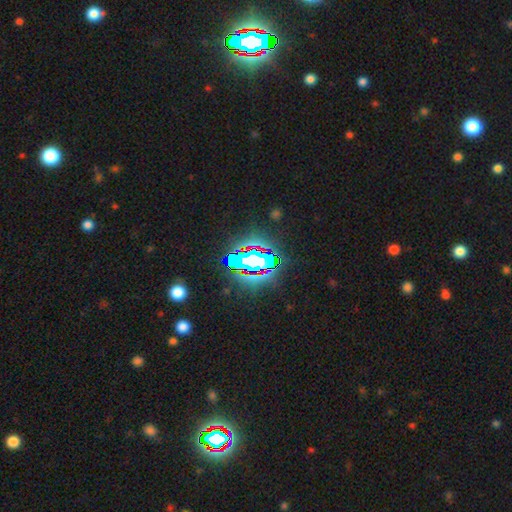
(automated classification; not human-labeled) This appears to be a star or artifact, not a galaxy (77%).